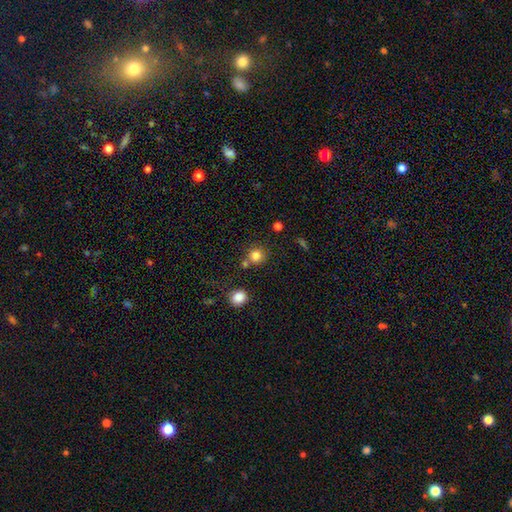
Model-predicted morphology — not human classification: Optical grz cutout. It shows a smooth galaxy with no disk features (81%) that is round (91%). Merging: none (71%).